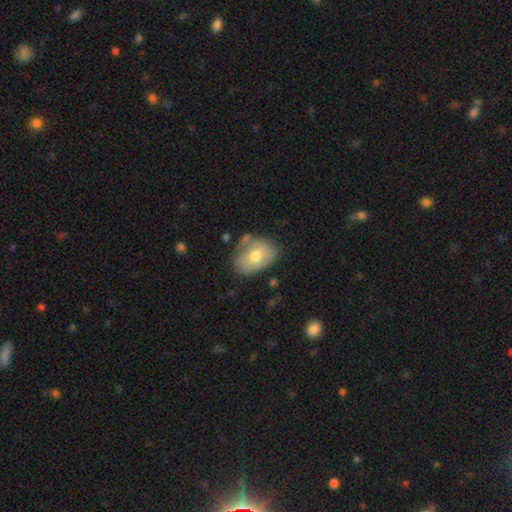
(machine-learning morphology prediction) This is likely a smooth galaxy (65%). How rounded: likely in between (74%). Merging: possibly none (57%).